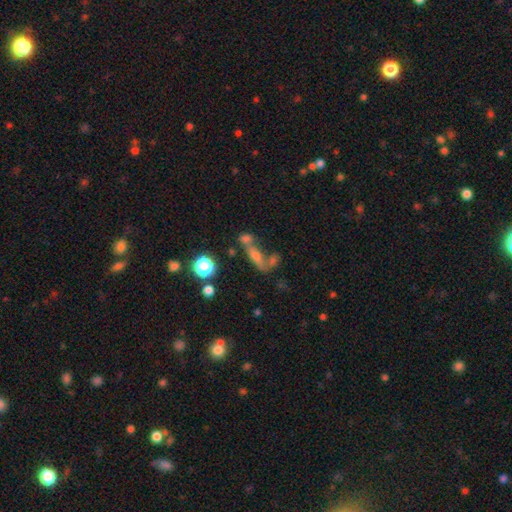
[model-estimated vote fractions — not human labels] A smooth galaxy with no disk features (46%).

Vote fractions:
- Smooth or featured? smooth: 46% / featured or disk: 31% / star or artifact: 22%
- Merging? none: 38% / merger: 37% / minor disturbance: 13% / major disturbance: 12%